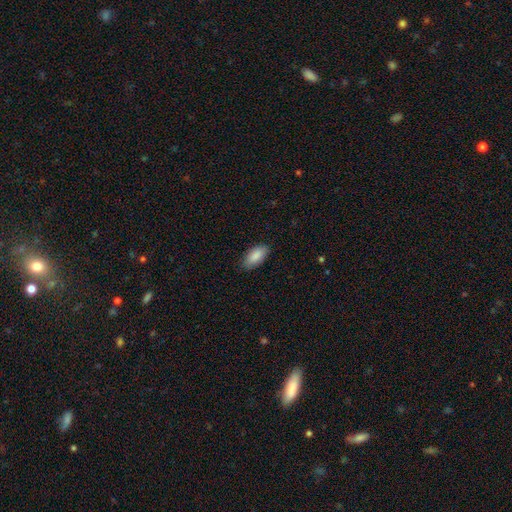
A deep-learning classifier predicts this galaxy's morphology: The model was most divided on "merging": none: 84%, minor disturbance: 13%, major disturbance: 2%, merger: 1%. More confident: how rounded — in between (91%); smooth or featured — smooth (88%).